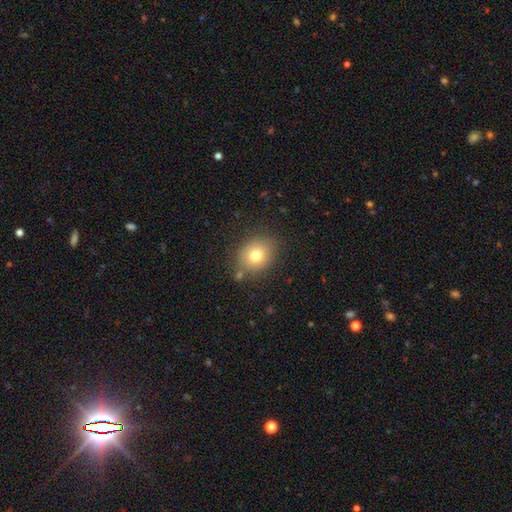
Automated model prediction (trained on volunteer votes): smooth-or-featured: smooth: 76% | featured or disk: 12% | star or artifact: 12%
  how-rounded: round: 61% | in between: 38% | cigar-shaped: 1%
  merging: none: 79% | minor disturbance: 13% | merger: 4% | major disturbance: 4%